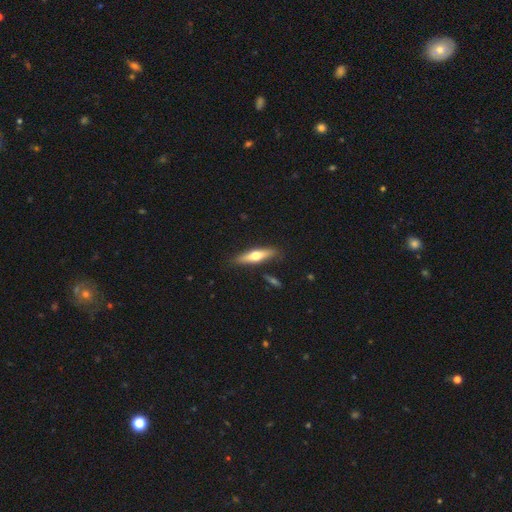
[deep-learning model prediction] A featured or disk galaxy (50%). Merging: none (85%).